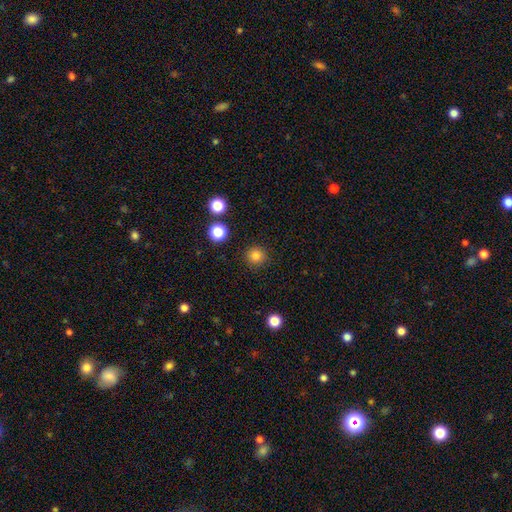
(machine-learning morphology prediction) Overall: smooth (83%). How rounded: round (95%). Merging: none (91%).